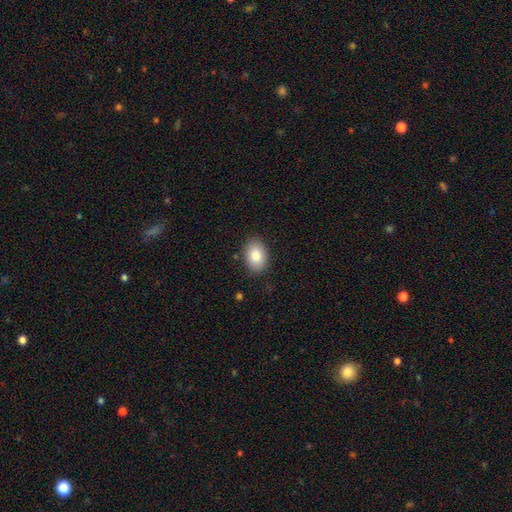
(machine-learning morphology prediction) Smooth or featured: smooth — 86% (star or artifact — 7%)
How rounded: in between — 82% (round — 17%)
Merging: none — 86% (minor disturbance — 10%)